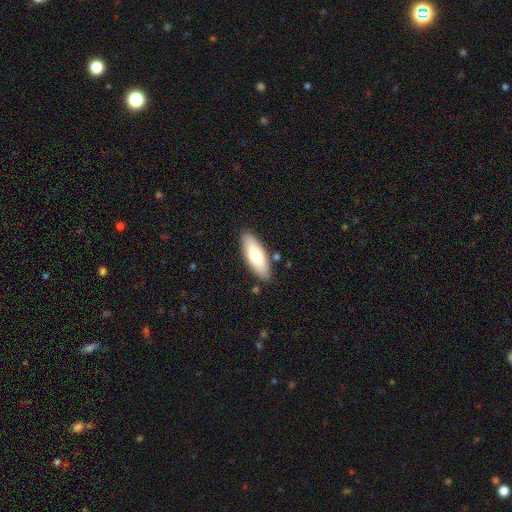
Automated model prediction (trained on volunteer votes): Smooth or featured: smooth — 71% (featured or disk — 23%)
How rounded: in between — 70% (cigar-shaped — 28%)
Merging: none — 86% (minor disturbance — 10%)